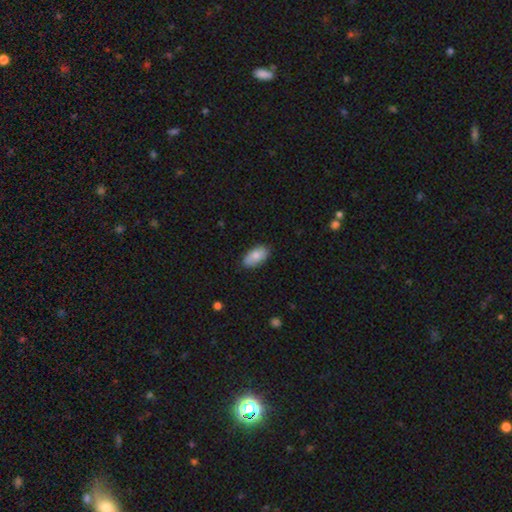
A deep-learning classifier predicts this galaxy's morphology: Smooth or featured: smooth — 80% (featured or disk — 14%)
How rounded: in between — 93% (round — 4%)
Merging: none — 81% (minor disturbance — 16%)